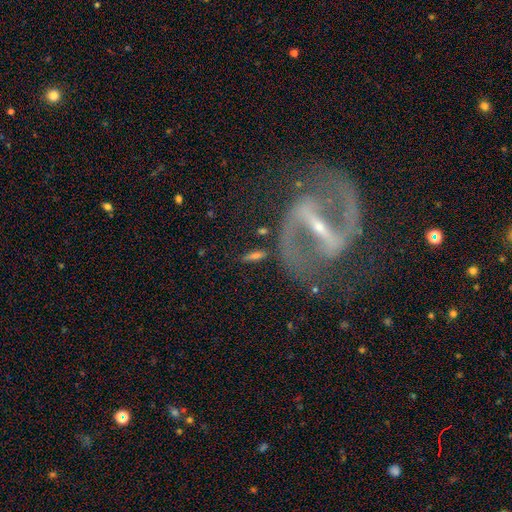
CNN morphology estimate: Q: Smooth or featured?
A: featured or disk (67%); runner-up: smooth (23%)
Q: Edge-on disk?
A: no (66%); runner-up: yes (34%)
Q: Merging?
A: none (65%); runner-up: minor disturbance (16%)